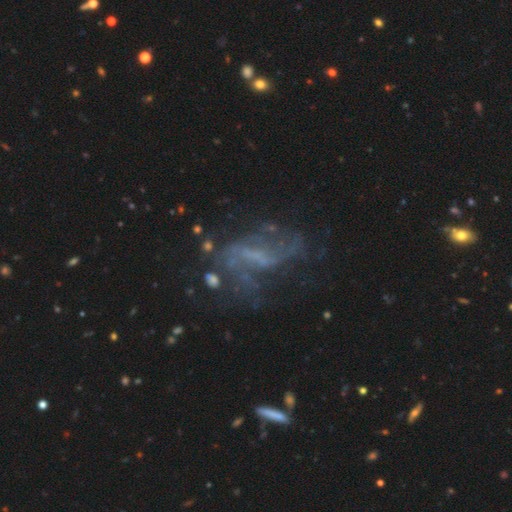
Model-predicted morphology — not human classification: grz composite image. It shows a featured or disk galaxy (72%) with a weak bar (41%), spiral arms (70%) and no central bulge (53%). Merging: none (46%).